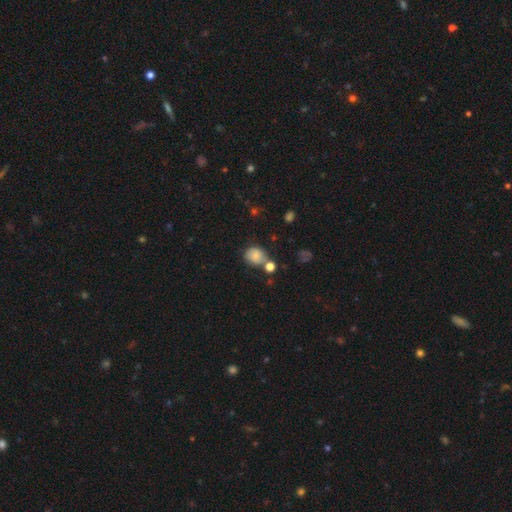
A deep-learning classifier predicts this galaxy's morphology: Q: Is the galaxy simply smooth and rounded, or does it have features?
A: smooth — 77%.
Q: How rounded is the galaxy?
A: round — 67%.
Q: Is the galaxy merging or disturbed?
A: none — 58%.